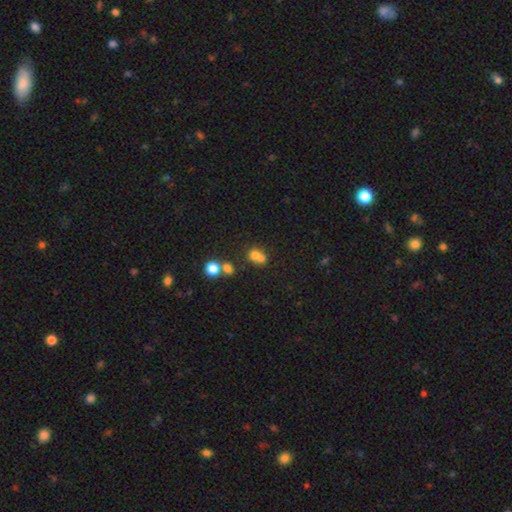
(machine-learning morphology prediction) smooth_or_featured: smooth (p=0.69) [alt: star or artifact p=0.16]
how_rounded: round (p=0.75) [alt: in between p=0.24]
merging: merger (p=0.52) [alt: none p=0.36]